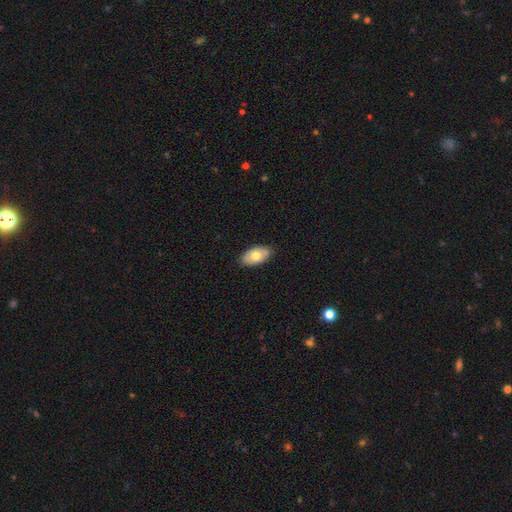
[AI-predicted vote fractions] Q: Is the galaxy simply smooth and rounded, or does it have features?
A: smooth — 69%.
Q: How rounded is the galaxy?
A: in between — 94%.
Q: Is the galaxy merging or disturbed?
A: none — 86%.